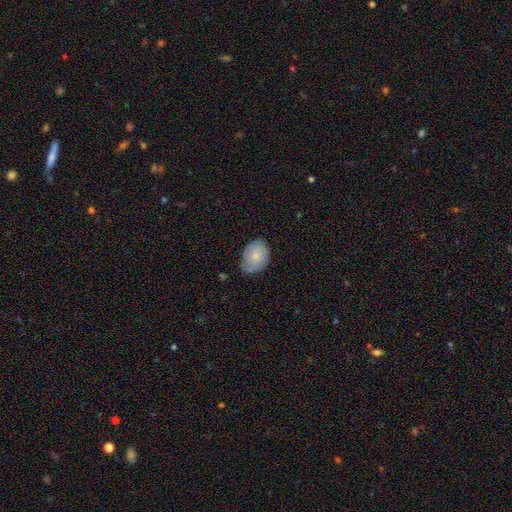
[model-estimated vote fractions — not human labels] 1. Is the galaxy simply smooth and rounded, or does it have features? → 75% smooth, 18% featured or disk, 7% star or artifact.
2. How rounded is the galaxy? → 70% in between, 29% round, 1% cigar-shaped.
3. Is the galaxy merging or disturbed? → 59% none, 33% minor disturbance, 6% major disturbance, 2% merger.